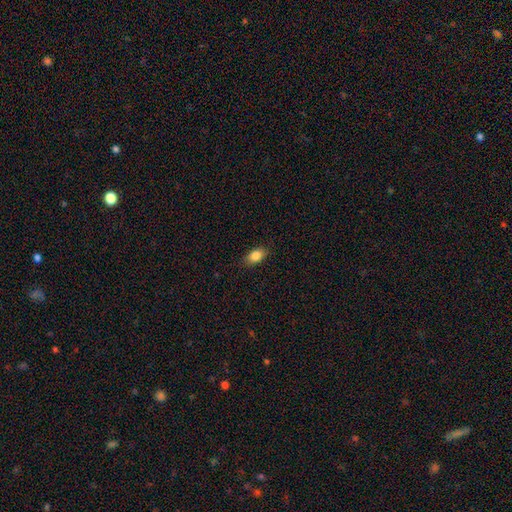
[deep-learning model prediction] A smooth galaxy with no disk features (85%) that is in between round and cigar-shaped (87%). Merging: none (85%).